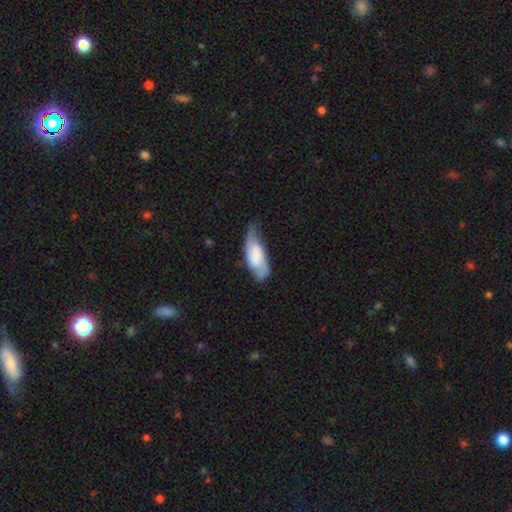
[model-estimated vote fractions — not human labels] A featured or disk galaxy (48%).

Vote fractions:
- Smooth or featured? featured or disk: 48% / smooth: 46% / star or artifact: 6%
- Merging? none: 43% / minor disturbance: 38% / major disturbance: 17% / merger: 3%